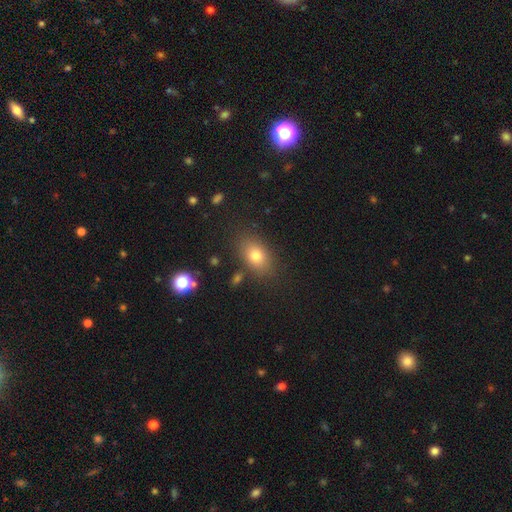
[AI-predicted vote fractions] Smooth or featured? smooth (78%)
How rounded? in between (81%)
Merging? none (82%)